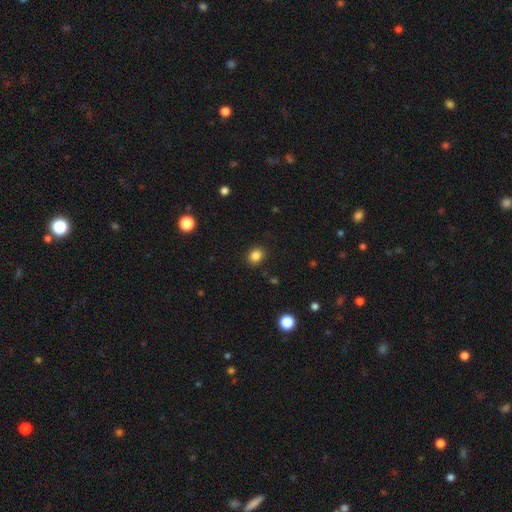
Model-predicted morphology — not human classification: type=smooth (85%); roundness=round (67%); merging=none (89%).